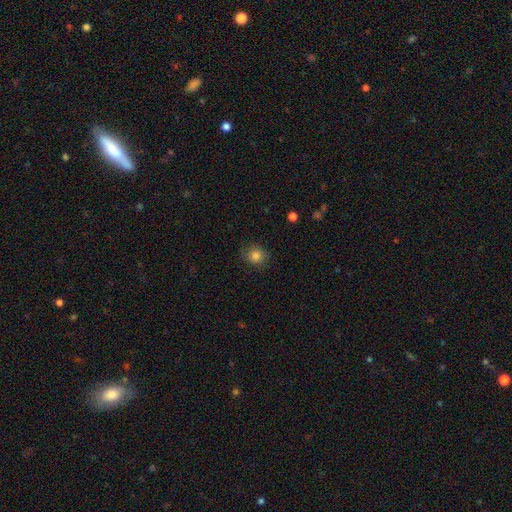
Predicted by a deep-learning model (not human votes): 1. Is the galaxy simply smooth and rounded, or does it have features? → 83% smooth, 11% star or artifact, 5% featured or disk.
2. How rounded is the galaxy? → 85% round, 14% in between, 1% cigar-shaped.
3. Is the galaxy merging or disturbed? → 84% none, 12% minor disturbance, 3% major disturbance, 1% merger.